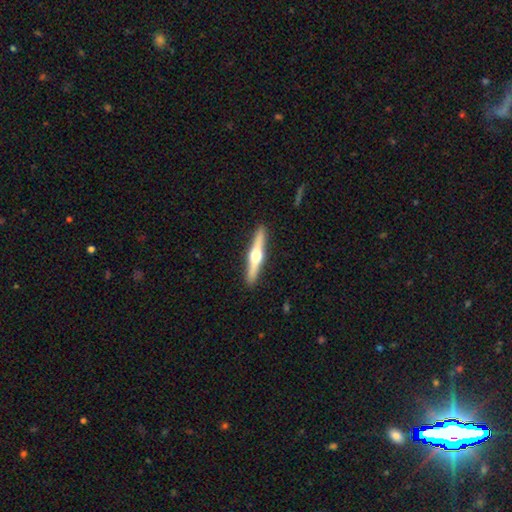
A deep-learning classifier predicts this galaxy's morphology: A featured or disk galaxy (68%) viewed edge-on (97%) with a rounded central bulge (95%). Merging: none (92%).